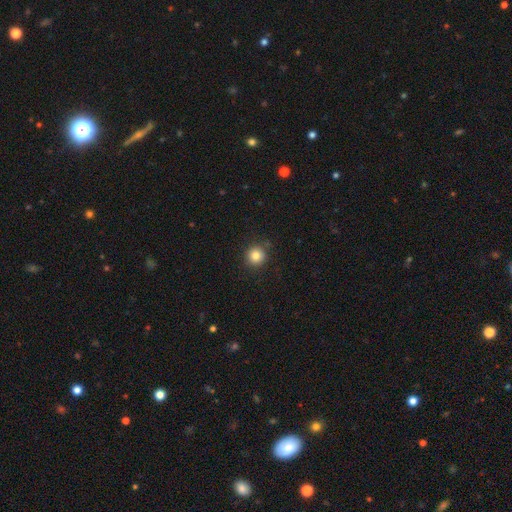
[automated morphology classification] Smooth or featured: smooth — 82% (star or artifact — 12%)
How rounded: round — 94% (in between — 5%)
Merging: none — 86% (minor disturbance — 10%)